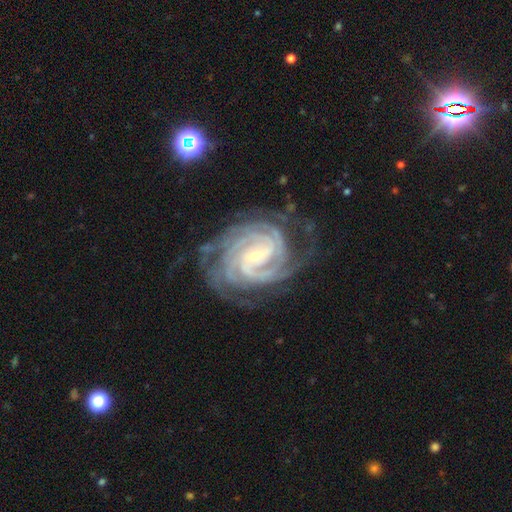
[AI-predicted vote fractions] This appears to be a featured or disk galaxy (93%) with a weak bar (46%), 4 (33%) tight (79%) spiral arms (99%) and a small central bulge (70%). Merging: none (73%).